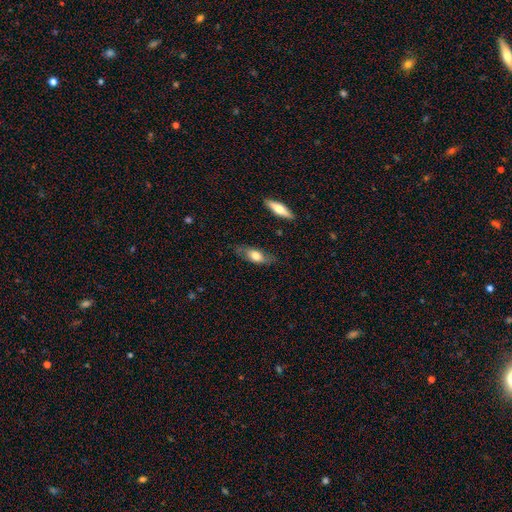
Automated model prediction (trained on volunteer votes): Smooth or featured?
  - smooth: 58% *
  - featured or disk: 35%
  - star or artifact: 7%
How rounded?
  - in between: 70% *
  - cigar-shaped: 25%
  - round: 4%
Merging?
  - none: 72% *
  - minor disturbance: 21%
  - major disturbance: 5%
  - merger: 2%